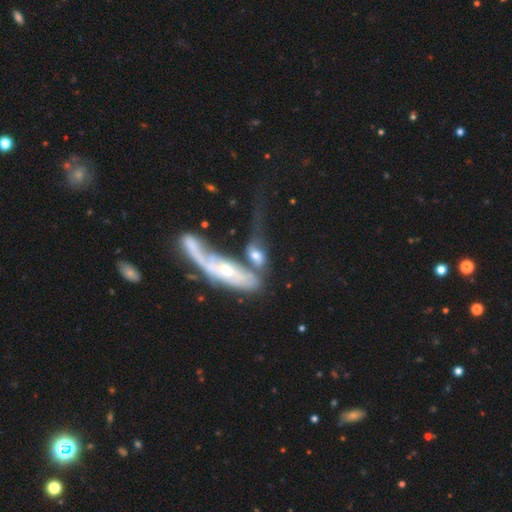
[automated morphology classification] smooth-or-featured: featured or disk: 52% | smooth: 41% | star or artifact: 7%
  disk-edge-on: no: 75% | yes: 25%
  merging: merger: 54% | none: 17% | major disturbance: 16% | minor disturbance: 12%